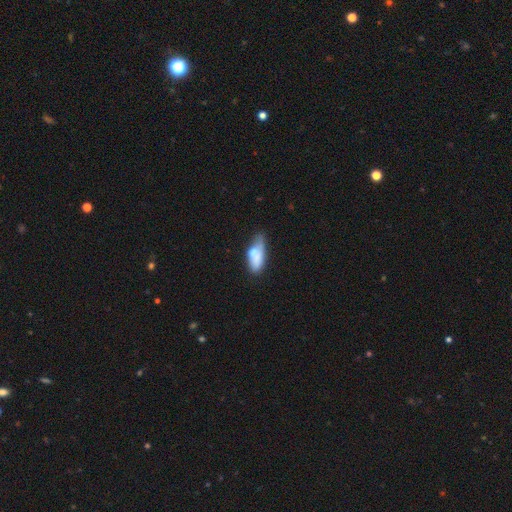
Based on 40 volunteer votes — smooth 70%, featured or disk 22%, star or artifact 8%. Down the decision tree: how rounded — in between (71%); merging — minor disturbance (35%).